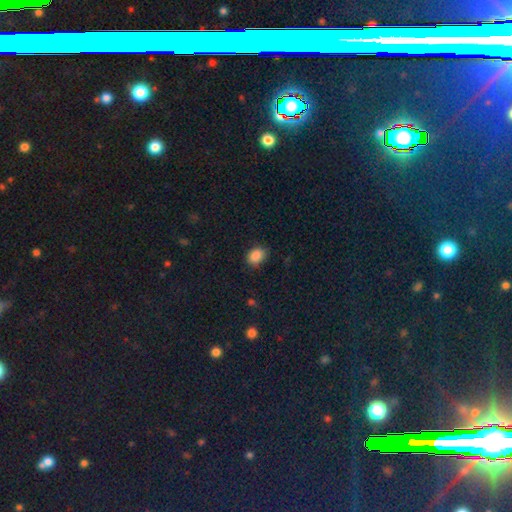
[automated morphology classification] The model was most divided on "how rounded": in between: 67%, round: 32%, cigar-shaped: 1%. More confident: smooth or featured — smooth (87%); merging — none (82%).